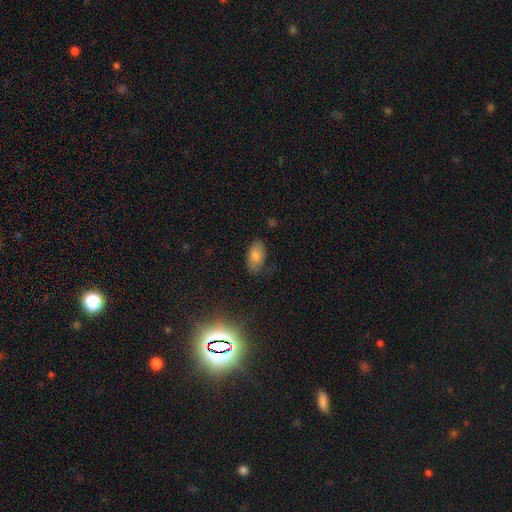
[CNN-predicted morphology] Smooth or featured: smooth — 80% (featured or disk — 11%)
How rounded: in between — 93% (round — 4%)
Merging: none — 75% (minor disturbance — 19%)